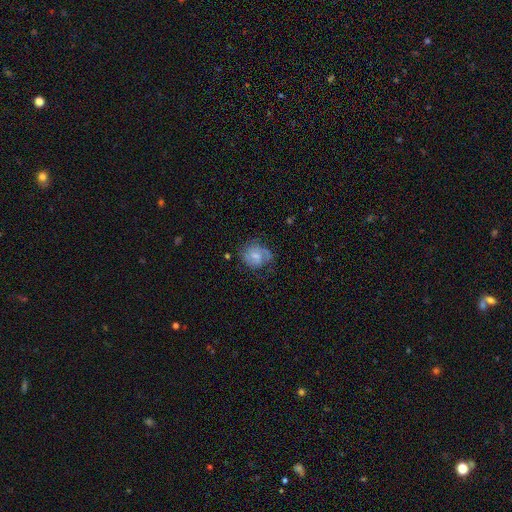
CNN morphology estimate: smooth_or_featured: featured or disk (p=0.54) [alt: smooth p=0.38]
disk_edge_on: no (p=0.97) [alt: yes p=0.03]
bar: no (p=0.54) [alt: weak p=0.40]
has_spiral_arms: yes (p=0.82) [alt: no p=0.18]
bulge_size: small (p=0.47) [alt: moderate p=0.37]
merging: none (p=0.56) [alt: minor disturbance p=0.26]